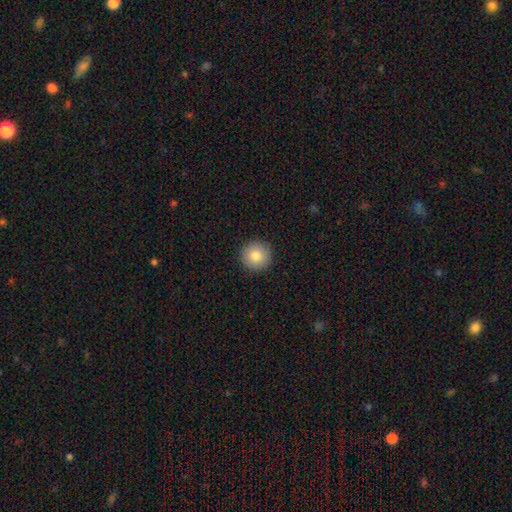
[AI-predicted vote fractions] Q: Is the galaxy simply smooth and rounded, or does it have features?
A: smooth — 82%.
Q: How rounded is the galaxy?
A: round — 96%.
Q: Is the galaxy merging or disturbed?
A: none — 92%.